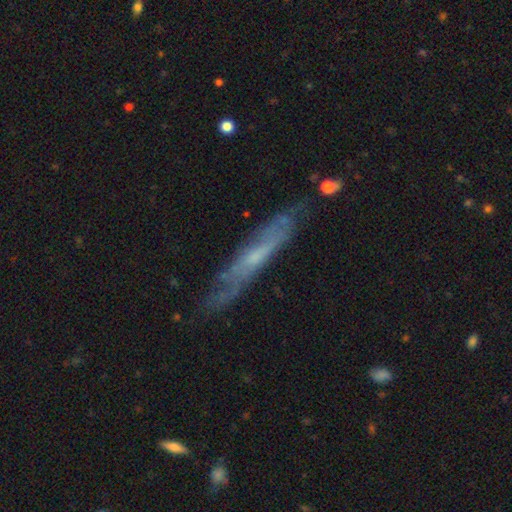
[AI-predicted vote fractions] A featured or disk galaxy (64%) viewed edge-on (70%).

Vote fractions:
- Smooth or featured? featured or disk: 64% / smooth: 29% / star or artifact: 7%
- Edge-on disk? yes: 70% / no: 30%
- Merging? none: 71% / minor disturbance: 21% / major disturbance: 6% / merger: 2%